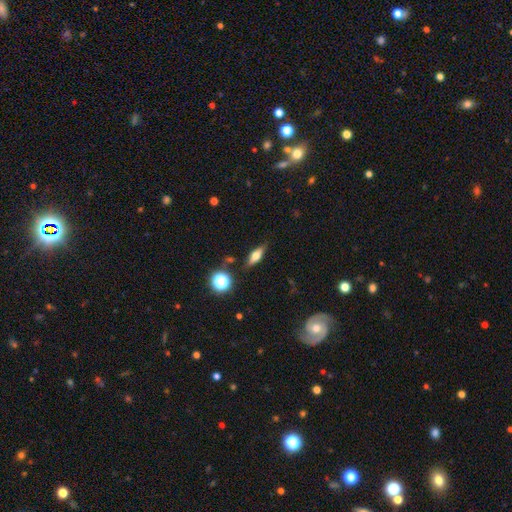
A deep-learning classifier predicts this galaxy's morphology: A smooth galaxy with no disk features (55%) that is in between round and cigar-shaped (59%).

Vote fractions:
- Smooth or featured? smooth: 55% / featured or disk: 35% / star or artifact: 10%
- How rounded? in between: 59% / cigar-shaped: 34% / round: 7%
- Merging? none: 82% / minor disturbance: 12% / major disturbance: 3% / merger: 3%